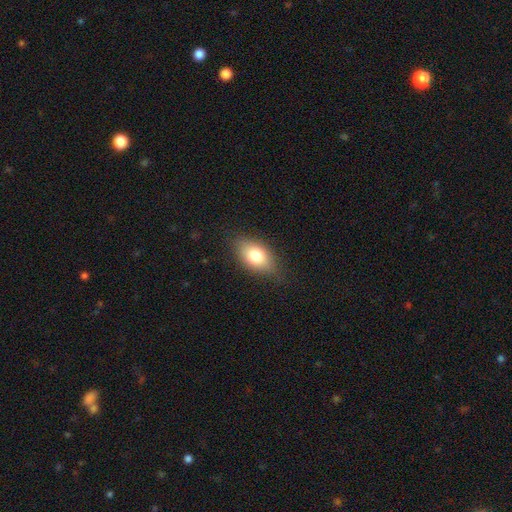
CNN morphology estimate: A smooth galaxy with no disk features (77%) that is in between round and cigar-shaped (87%). Merging: none (78%).